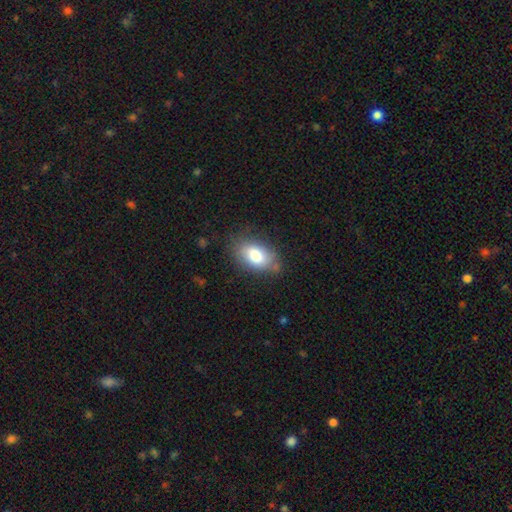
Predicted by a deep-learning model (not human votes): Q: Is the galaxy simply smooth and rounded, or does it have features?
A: smooth — 78%.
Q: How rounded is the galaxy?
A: in between — 89%.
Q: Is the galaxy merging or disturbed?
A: none — 73%.